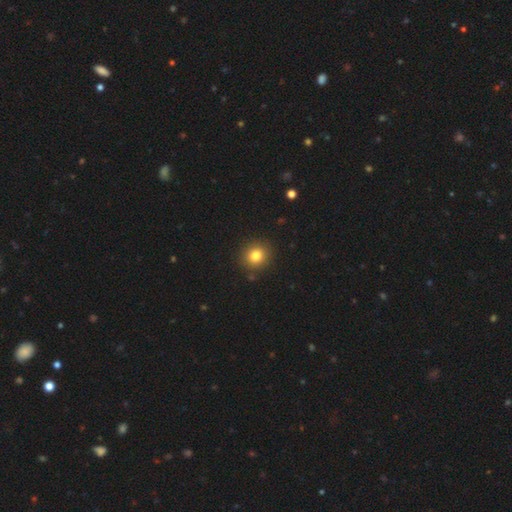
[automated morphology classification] Smooth or featured? Predicted: smooth (p=0.81). How rounded? Predicted: round (p=0.86). Merging? Predicted: none (p=0.89).